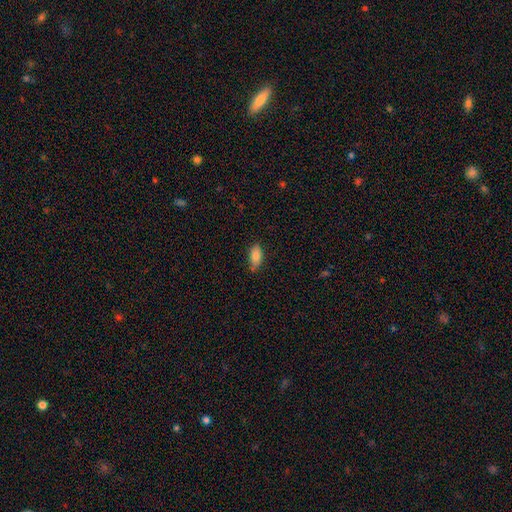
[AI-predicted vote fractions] A smooth galaxy with no disk features (84%) that is in between round and cigar-shaped (90%). Merging: none (75%).